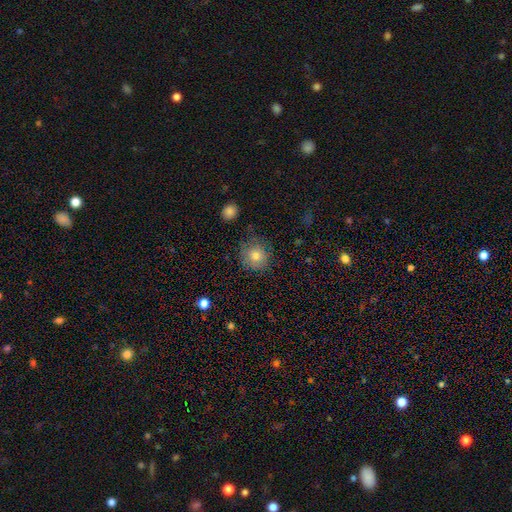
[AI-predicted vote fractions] Overall: smooth (76%). How rounded: round (91%). Merging: none (77%).